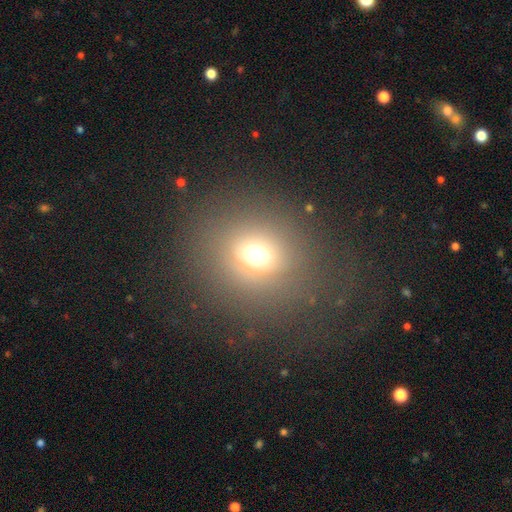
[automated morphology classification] This appears to be a smooth galaxy with no disk features (65%) that is round (80%). Merging: none (81%).